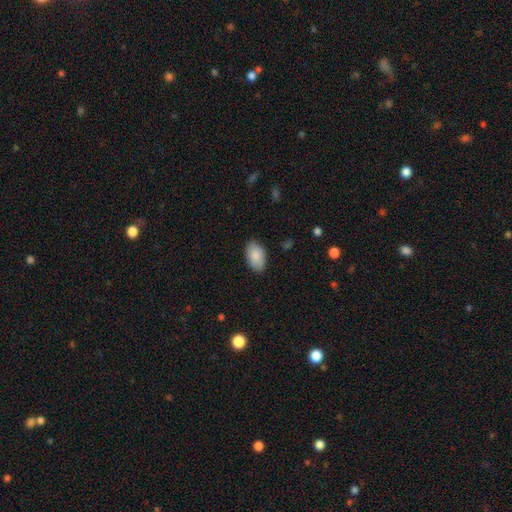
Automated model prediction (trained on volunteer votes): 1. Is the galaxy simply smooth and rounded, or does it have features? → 88% smooth, 6% star or artifact, 6% featured or disk.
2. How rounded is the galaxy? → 93% in between, 6% round, 1% cigar-shaped.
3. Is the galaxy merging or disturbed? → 84% none, 13% minor disturbance, 3% major disturbance, 1% merger.